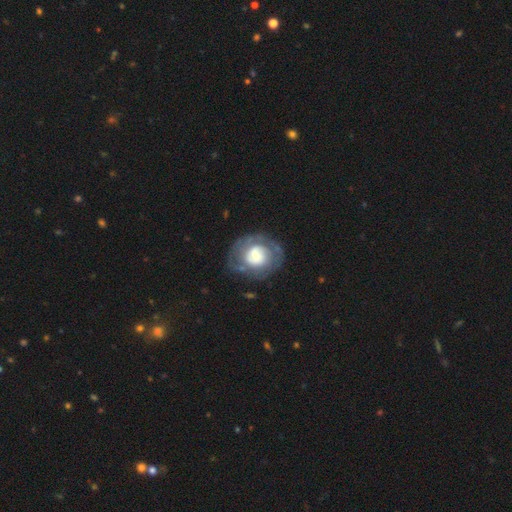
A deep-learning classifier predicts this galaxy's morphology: smooth-or-featured: featured or disk: 63% | smooth: 31% | star or artifact: 7%
  disk-edge-on: no: 97% | yes: 3%
    bar: no: 58% | weak: 33% | strong: 10%
    has-spiral-arms: yes: 69% | no: 31%
    bulge-size: moderate: 33% | large: 32% | small: 26% | dominant: 5% | none: 3%
  merging: none: 68% | minor disturbance: 18% | major disturbance: 13% | merger: 2%